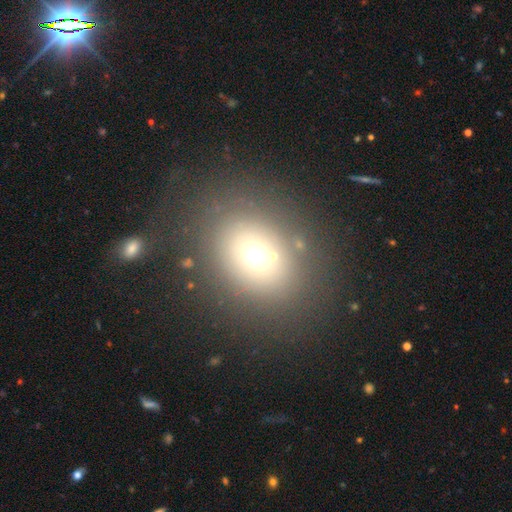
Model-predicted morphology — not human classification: Smooth or featured?
  - smooth: 59% *
  - star or artifact: 21%
  - featured or disk: 20%
How rounded?
  - round: 52% *
  - in between: 47%
  - cigar-shaped: 1%
Merging?
  - none: 70% *
  - minor disturbance: 12%
  - merger: 10%
  - major disturbance: 8%